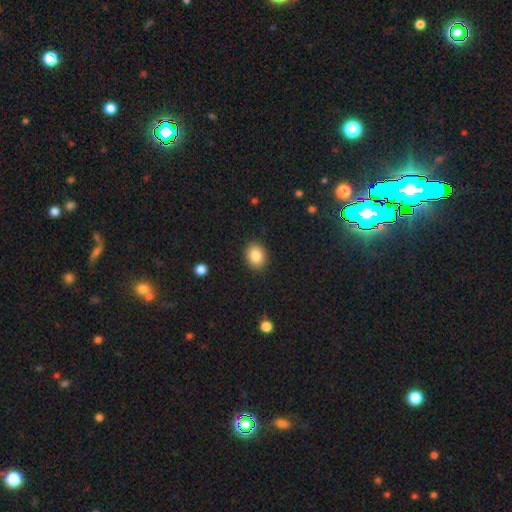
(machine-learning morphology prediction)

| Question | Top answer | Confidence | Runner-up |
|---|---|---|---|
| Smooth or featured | smooth | 86% | star or artifact (8%) |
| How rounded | in between | 52% | round (47%) |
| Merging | none | 89% | minor disturbance (7%) |